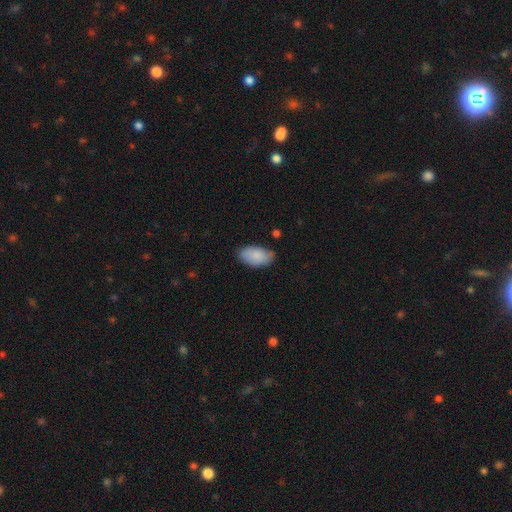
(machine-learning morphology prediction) smooth_or_featured: smooth (p=0.85) [alt: featured or disk p=0.09]
how_rounded: in between (p=0.95) [alt: round p=0.03]
merging: none (p=0.72) [alt: minor disturbance p=0.22]